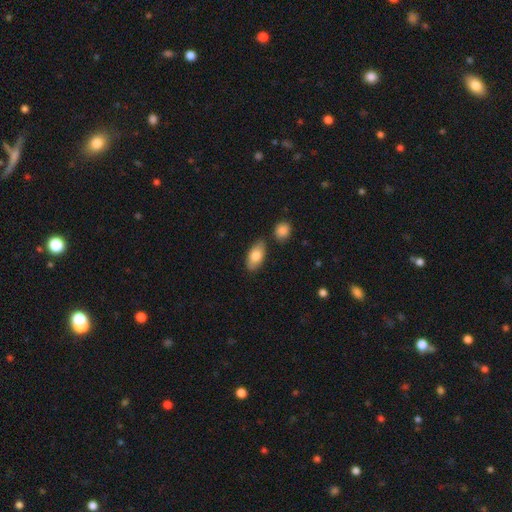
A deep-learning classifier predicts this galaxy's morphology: Smooth or featured? Predicted: smooth (p=0.81). How rounded? Predicted: in between (p=0.90). Merging? Predicted: none (p=0.78).